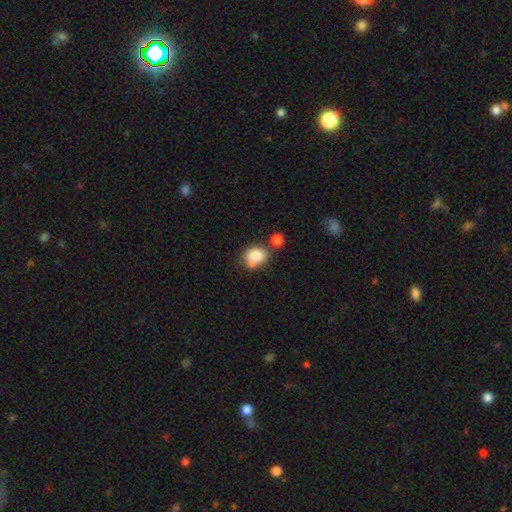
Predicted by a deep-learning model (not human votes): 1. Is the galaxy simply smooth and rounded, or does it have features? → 81% smooth, 9% star or artifact, 9% featured or disk.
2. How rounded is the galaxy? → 56% in between, 43% round, 1% cigar-shaped.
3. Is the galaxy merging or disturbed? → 46% none, 33% merger, 15% minor disturbance, 6% major disturbance.